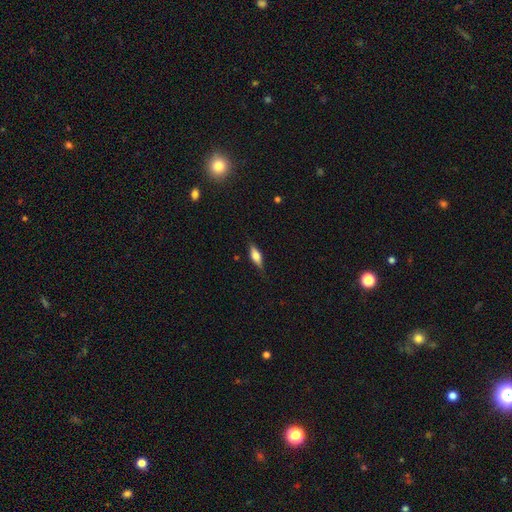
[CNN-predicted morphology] Overall: smooth (56%; featured or disk 37%). How rounded: in between (58%; cigar-shaped 38%). Merging: none (81%).